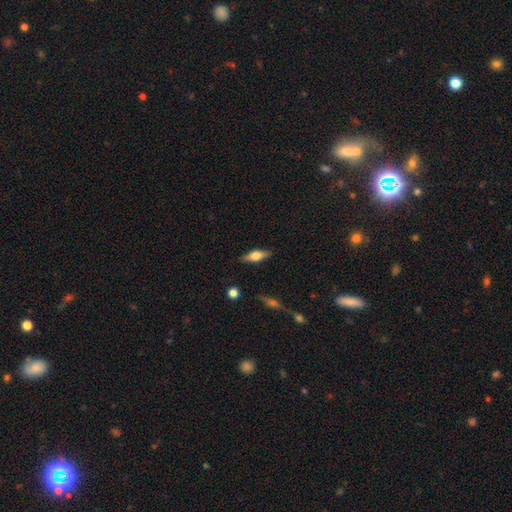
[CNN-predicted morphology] Smooth or featured?
  - smooth: 48% *
  - featured or disk: 45%
  - star or artifact: 7%
Merging?
  - none: 86% *
  - minor disturbance: 10%
  - major disturbance: 3%
  - merger: 2%